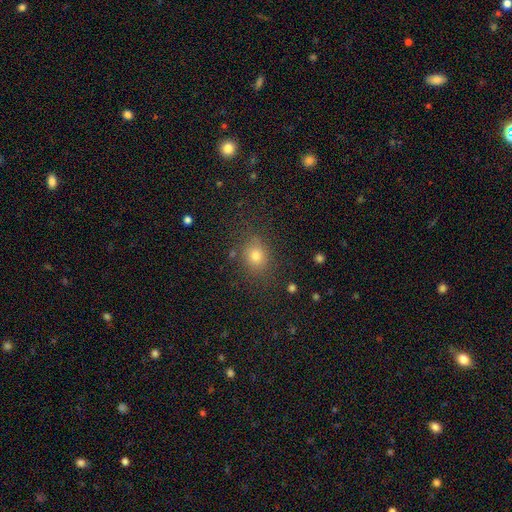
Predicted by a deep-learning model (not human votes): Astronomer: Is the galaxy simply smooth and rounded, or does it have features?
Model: smooth — 75%.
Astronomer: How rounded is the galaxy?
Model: round — 66%.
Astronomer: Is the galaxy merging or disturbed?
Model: none — 81%.